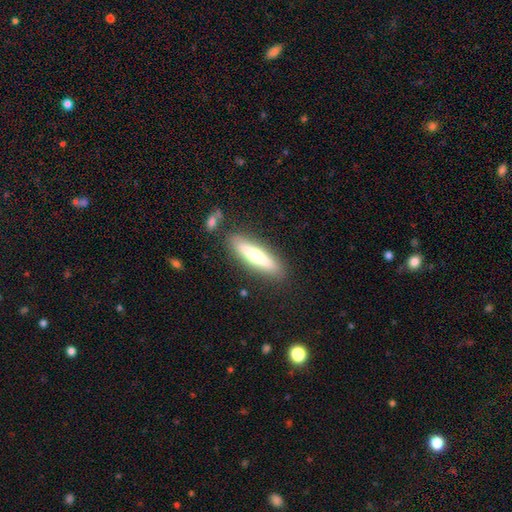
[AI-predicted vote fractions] This is possibly a smooth galaxy (53%). How rounded: likely cigar-shaped (73%). Merging: clearly none (85%).